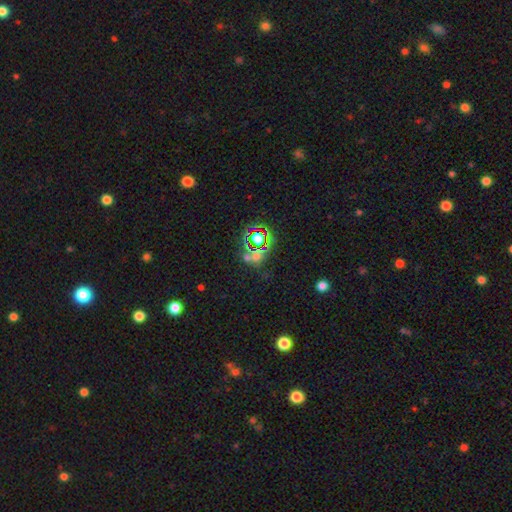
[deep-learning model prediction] A star or artifact, not a galaxy (58%).